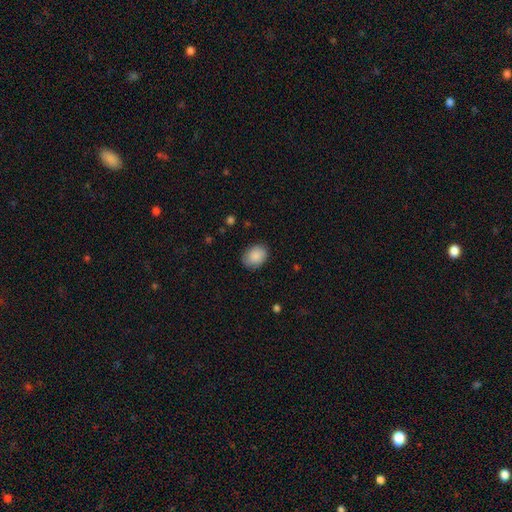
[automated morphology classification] Smooth or featured? smooth (89%)
How rounded? in between (64%)
Merging? none (84%)